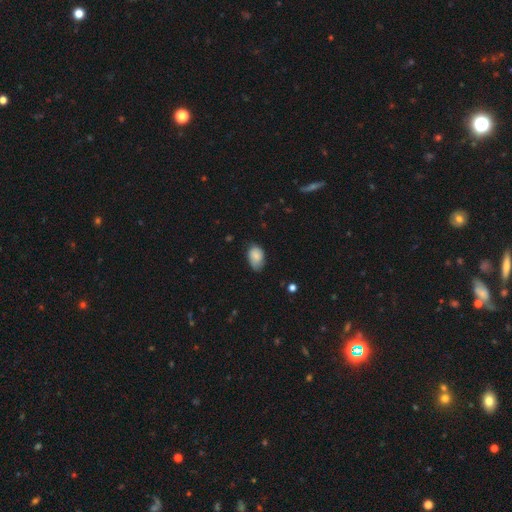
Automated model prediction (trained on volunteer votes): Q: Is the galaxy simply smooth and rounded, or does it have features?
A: smooth — 82%.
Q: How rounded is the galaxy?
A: in between — 86%.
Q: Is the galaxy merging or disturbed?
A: none — 54%.